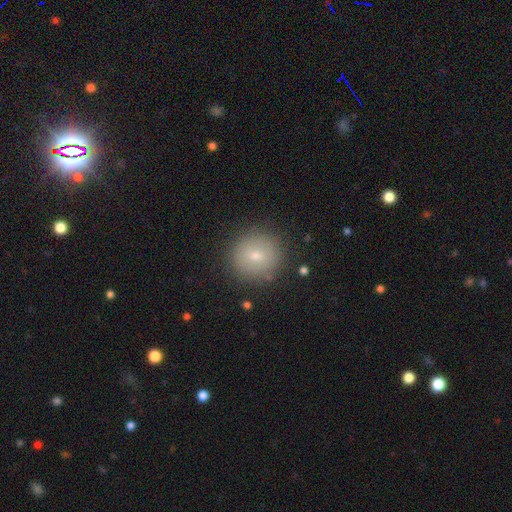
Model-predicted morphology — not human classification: Smooth or featured? Predicted: smooth (p=0.71). How rounded? Predicted: round (p=0.92). Merging? Predicted: none (p=0.87).